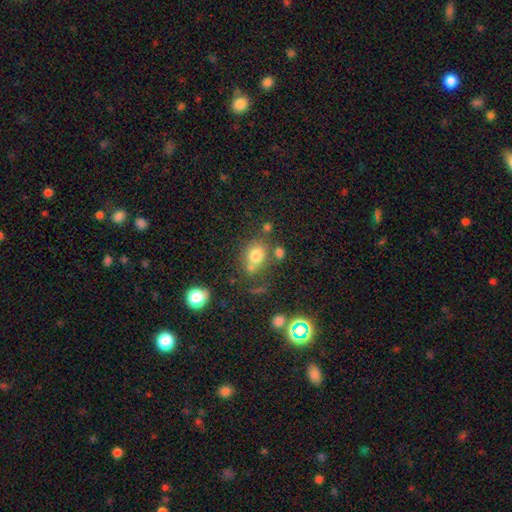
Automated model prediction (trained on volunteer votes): Smooth or featured: smooth — 73% (star or artifact — 15%)
How rounded: round — 56% (in between — 42%)
Merging: none — 56% (merger — 21%)